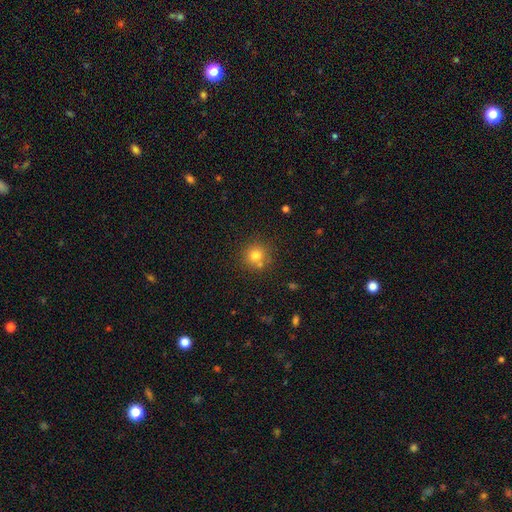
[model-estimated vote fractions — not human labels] Overall: smooth (77%). How rounded: round (91%). Merging: none (73%).